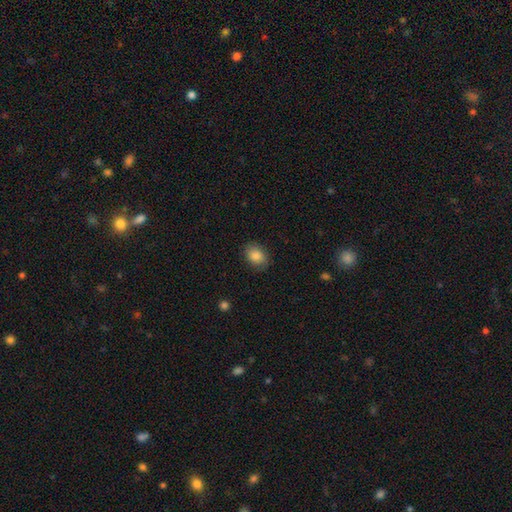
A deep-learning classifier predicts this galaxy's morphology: Smooth or featured? smooth (86%)
How rounded? in between (64%)
Merging? none (85%)